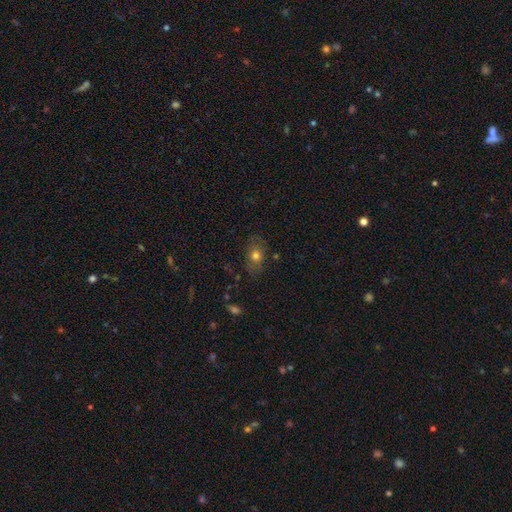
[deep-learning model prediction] This appears to be a smooth galaxy with no disk features (71%) that is in between round and cigar-shaped (74%). Merging: none (78%).